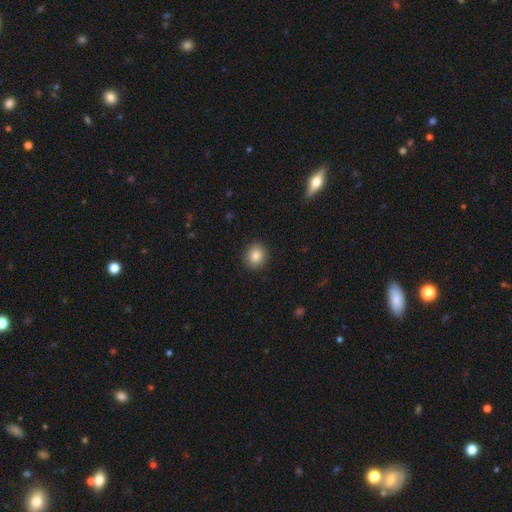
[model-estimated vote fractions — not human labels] smooth 85%, star or artifact 9%, featured or disk 6%. Down the decision tree: how rounded — round (78%); merging — none (90%).